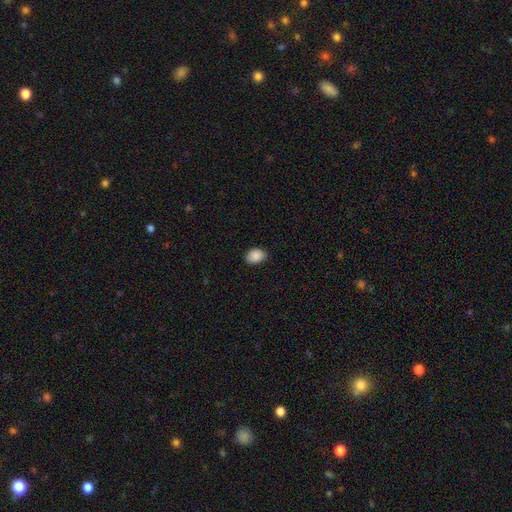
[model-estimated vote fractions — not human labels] Smooth or featured? smooth (89%)
How rounded? in between (74%)
Merging? none (81%)